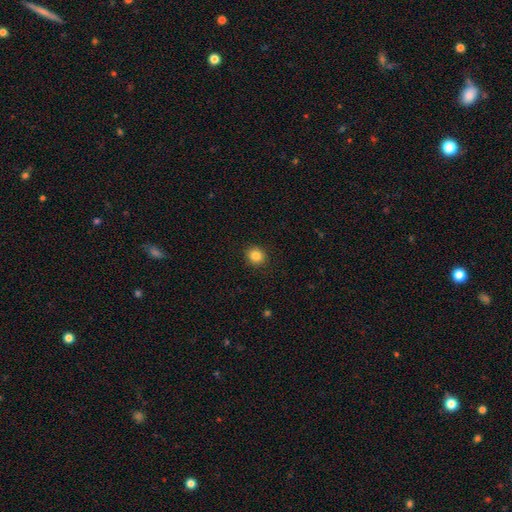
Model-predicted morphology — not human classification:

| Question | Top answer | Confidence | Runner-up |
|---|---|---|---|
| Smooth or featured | smooth | 84% | star or artifact (10%) |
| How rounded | round | 83% | in between (16%) |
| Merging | none | 92% | minor disturbance (6%) |